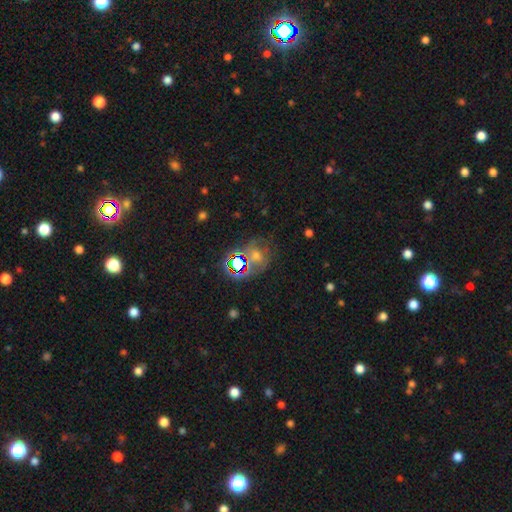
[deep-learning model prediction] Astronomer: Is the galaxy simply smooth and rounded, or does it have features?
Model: star or artifact — 41% (runner-up: featured or disk, 30%).